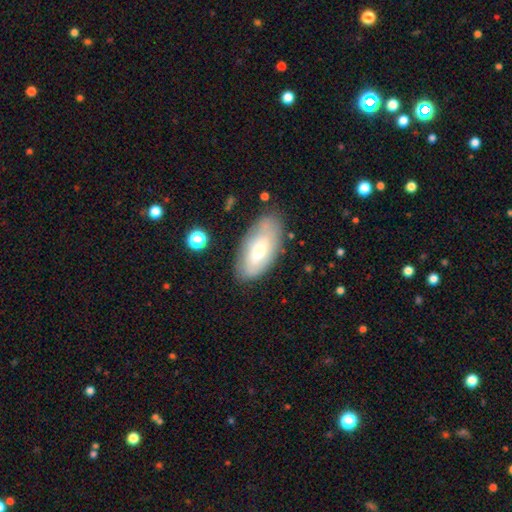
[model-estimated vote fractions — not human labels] Morphology: type=smooth (56%); roundness=in between (88%); merging=none (75%).